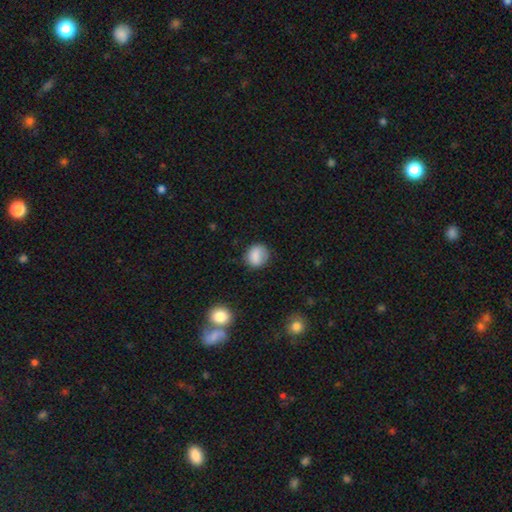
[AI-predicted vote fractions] Smooth or featured? Predicted: smooth (p=0.83). How rounded? Predicted: round (p=0.76). Merging? Predicted: none (p=0.75).